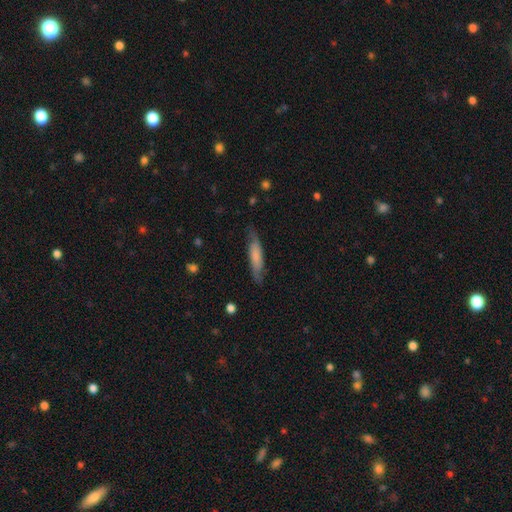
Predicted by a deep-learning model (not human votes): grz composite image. It shows a smooth galaxy with no disk features (60%) that is cigar-shaped (81%). Merging: none (76%).